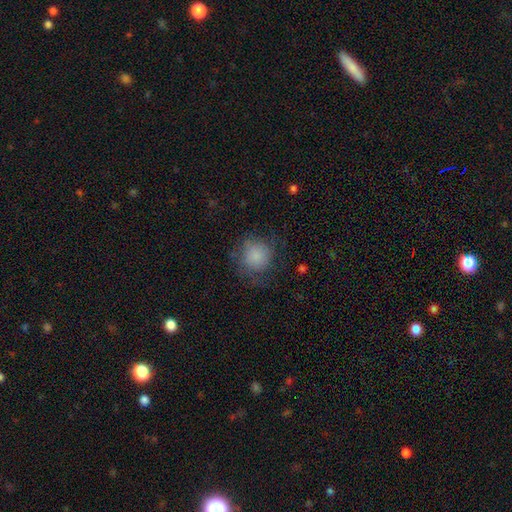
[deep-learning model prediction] Smooth or featured? smooth (78%)
How rounded? round (88%)
Merging? none (64%)